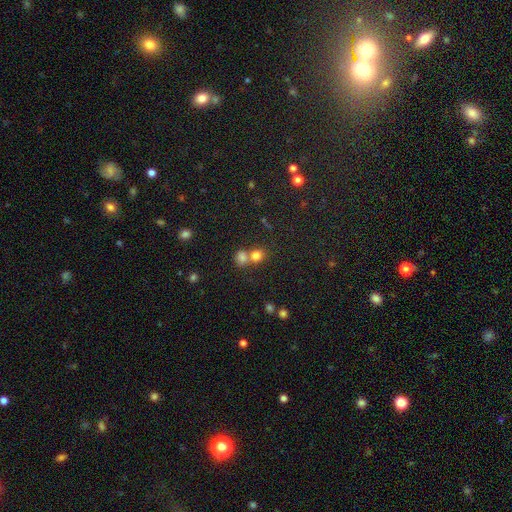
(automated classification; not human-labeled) A smooth galaxy with no disk features (77%) that is round (73%). Merging: merger (46%).